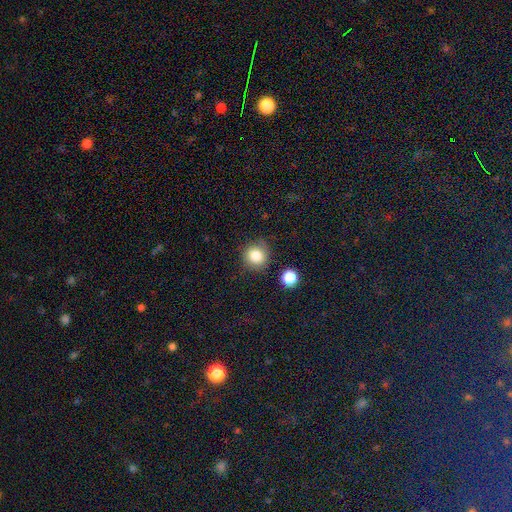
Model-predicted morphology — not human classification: Smooth or featured?
  - smooth: 82% *
  - star or artifact: 11%
  - featured or disk: 7%
How rounded?
  - round: 90% *
  - in between: 10%
  - cigar-shaped: 1%
Merging?
  - none: 79% *
  - minor disturbance: 13%
  - major disturbance: 4%
  - merger: 4%